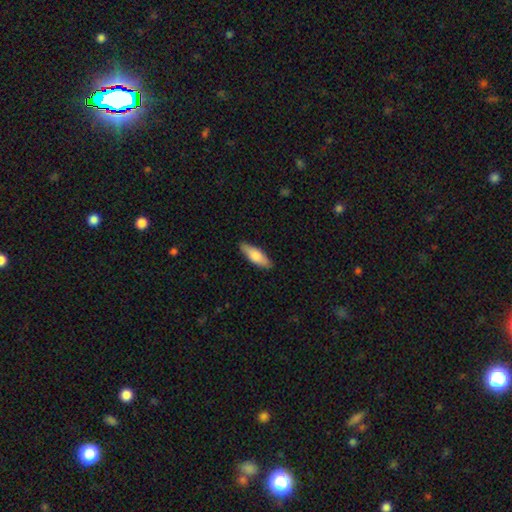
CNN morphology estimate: Smooth or featured? smooth (78%)
How rounded? in between (56%)
Merging? none (87%)